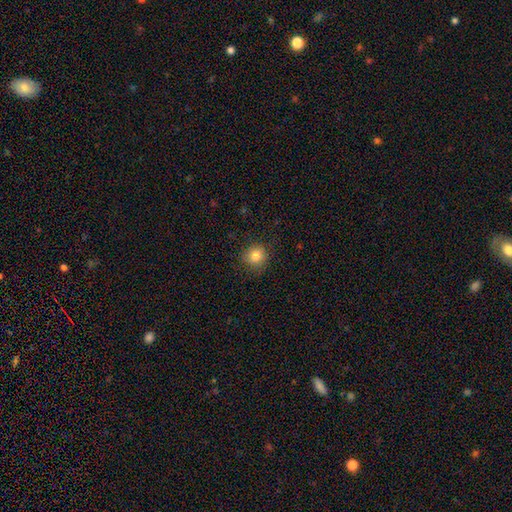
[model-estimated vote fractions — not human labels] smooth_or_featured: smooth (p=0.82) [alt: star or artifact p=0.11]
how_rounded: round (p=0.86) [alt: in between p=0.13]
merging: none (p=0.84) [alt: minor disturbance p=0.12]